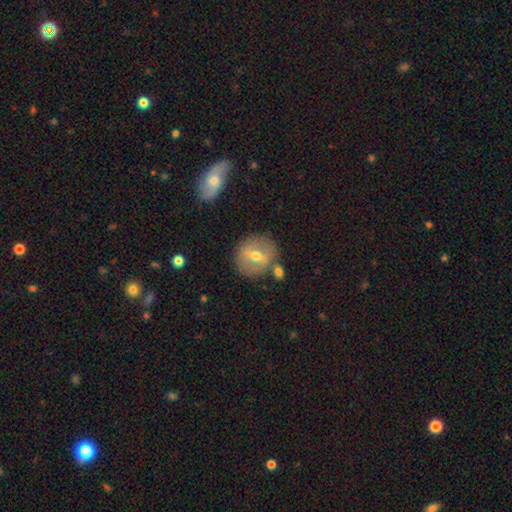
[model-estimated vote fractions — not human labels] The model was most divided on "smooth or featured": featured or disk: 54%, smooth: 38%, star or artifact: 8%. More confident: edge-on disk — no (83%); merging — none (77%).